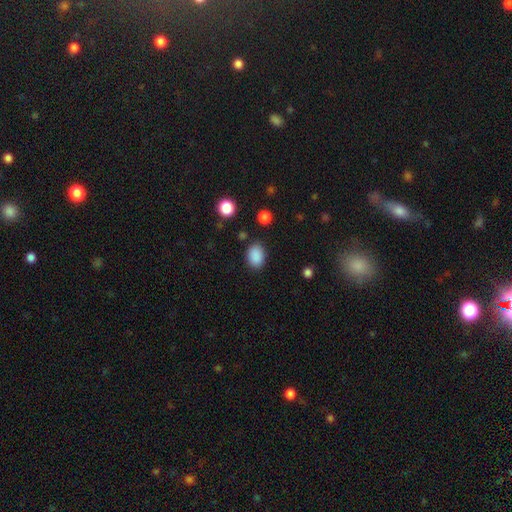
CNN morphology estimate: type=smooth (88%); roundness=in between (73%); merging=none (84%).